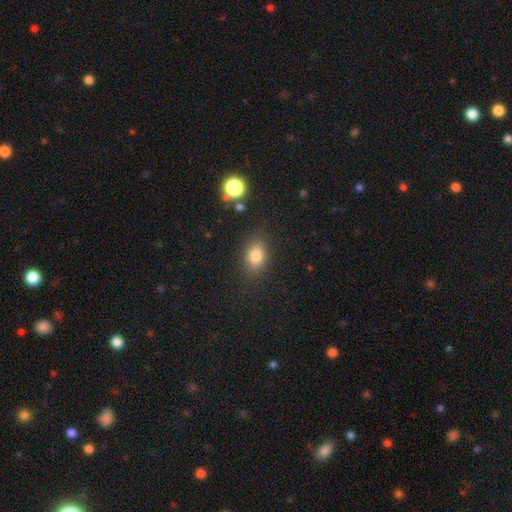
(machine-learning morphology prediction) Overall: smooth (81%). How rounded: in between (72%). Merging: none (82%).